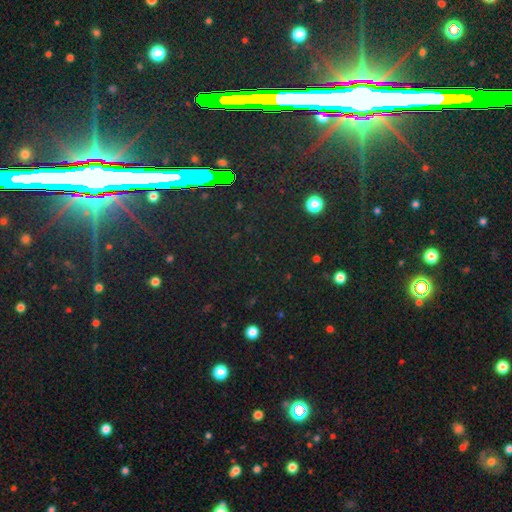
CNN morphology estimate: type=star or artifact (82%).